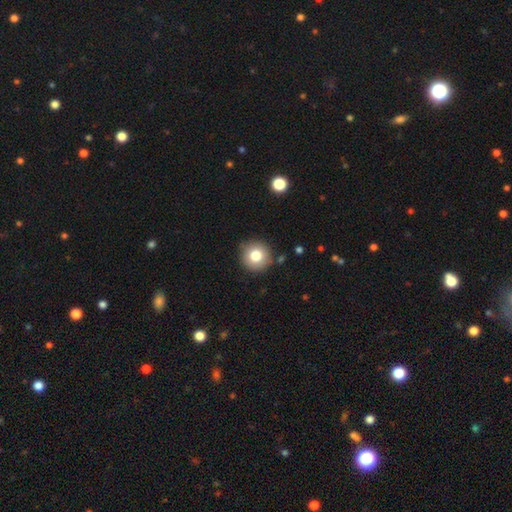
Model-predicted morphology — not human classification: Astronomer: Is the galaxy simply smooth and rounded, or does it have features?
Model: smooth — 79%.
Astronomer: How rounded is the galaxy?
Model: round — 95%.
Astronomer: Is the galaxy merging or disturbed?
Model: none — 88%.